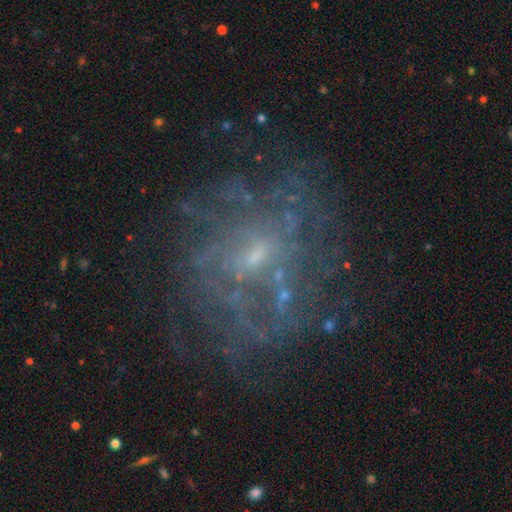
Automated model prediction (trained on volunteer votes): Morphology: type=featured or disk (66%); edge-on=no (97%); bar=no (59%); spiral arms=yes (65%); bulge=small (71%); merging=none (67%).